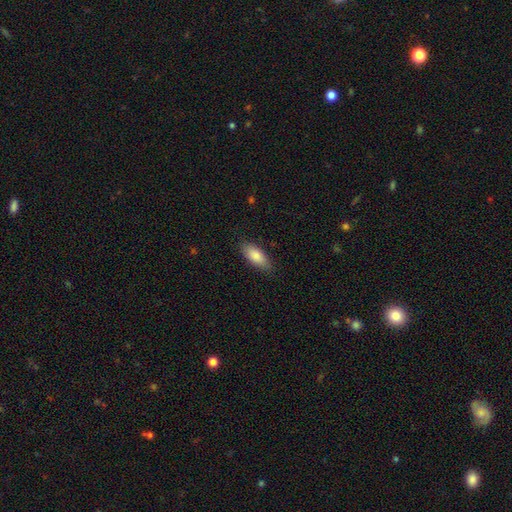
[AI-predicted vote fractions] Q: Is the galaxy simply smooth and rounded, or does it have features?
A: smooth — 85%.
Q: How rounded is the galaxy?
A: in between — 83%.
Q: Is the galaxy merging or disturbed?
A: none — 84%.